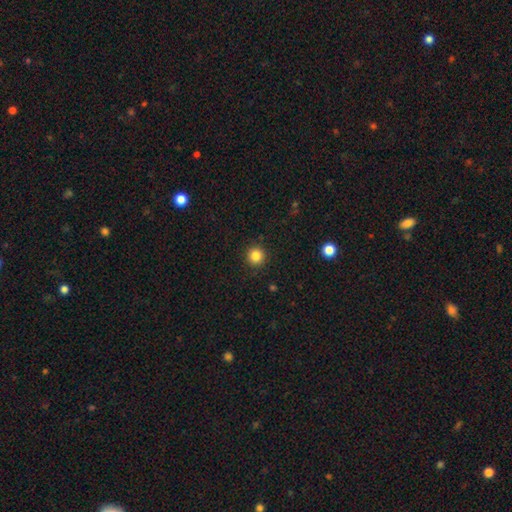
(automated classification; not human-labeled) Morphology: type=smooth (84%); roundness=round (95%); merging=none (92%).